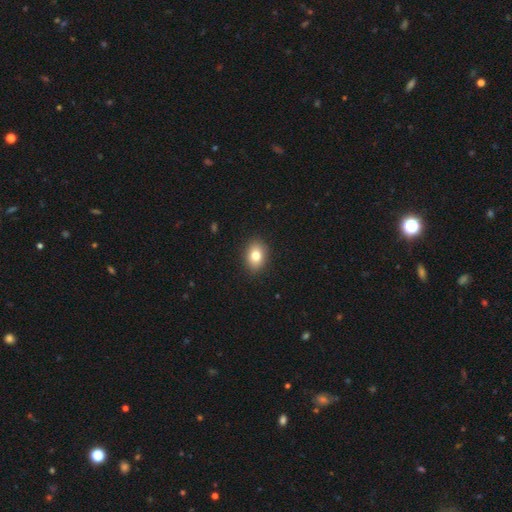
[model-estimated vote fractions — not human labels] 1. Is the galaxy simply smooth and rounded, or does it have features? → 79% smooth, 11% featured or disk, 10% star or artifact.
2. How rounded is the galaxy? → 67% in between, 32% round, 1% cigar-shaped.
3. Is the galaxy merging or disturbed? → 89% none, 8% minor disturbance, 2% major disturbance, 1% merger.